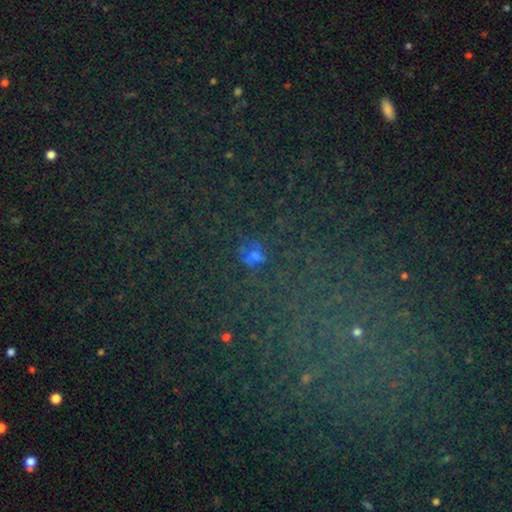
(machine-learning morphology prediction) Smooth or featured? Predicted: star or artifact (p=0.65).